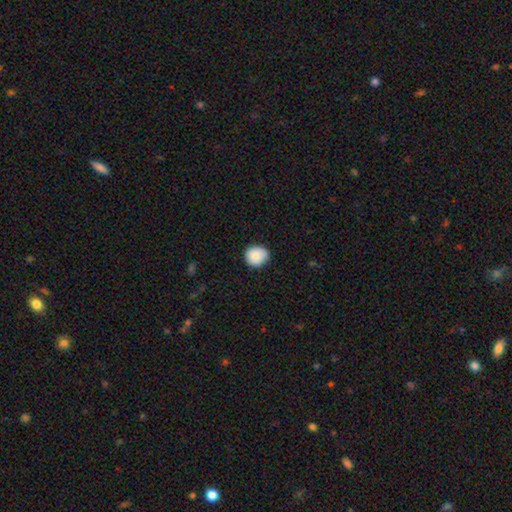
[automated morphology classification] type=smooth (85%); roundness=round (83%); merging=none (80%).